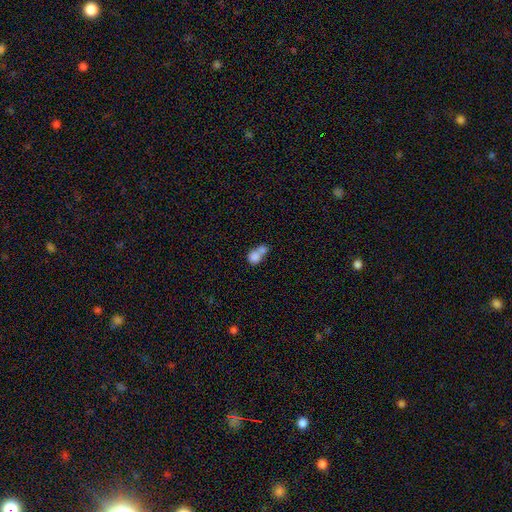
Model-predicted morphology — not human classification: Smooth or featured? Predicted: smooth (p=0.78). How rounded? Predicted: round (p=0.63). Merging? Predicted: merger (p=0.70).